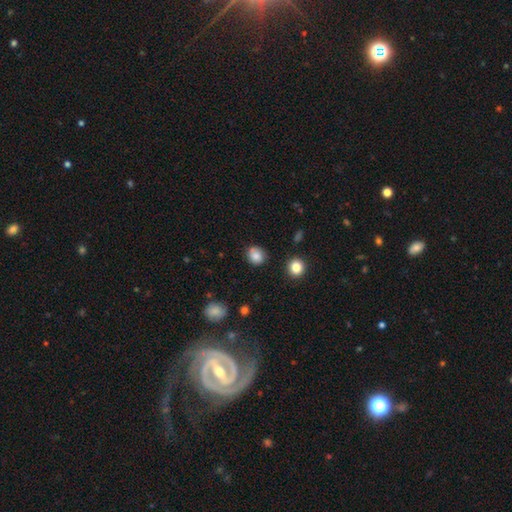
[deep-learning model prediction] The model was most divided on "how rounded": round: 72%, in between: 27%, cigar-shaped: 1%. More confident: smooth or featured — smooth (82%); merging — none (78%).